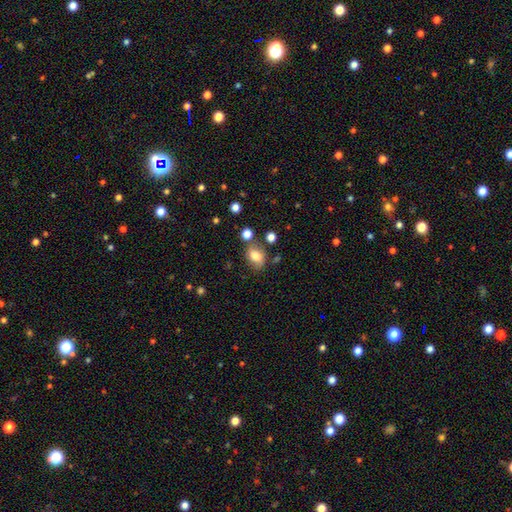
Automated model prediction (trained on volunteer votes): Smooth or featured? smooth (77%)
How rounded? in between (68%)
Merging? none (66%)